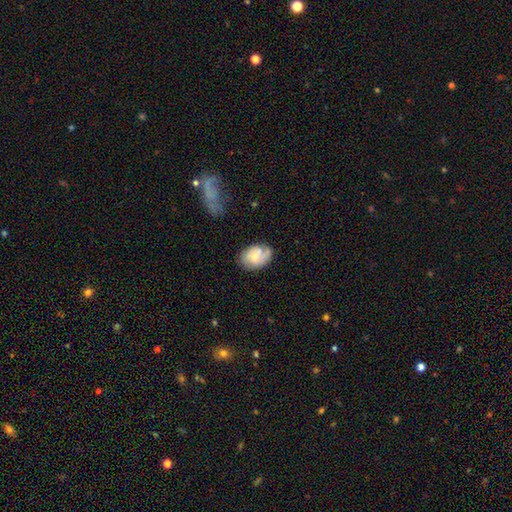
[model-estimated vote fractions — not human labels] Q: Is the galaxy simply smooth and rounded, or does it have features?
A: featured or disk — 52%.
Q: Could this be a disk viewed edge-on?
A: no — 97%.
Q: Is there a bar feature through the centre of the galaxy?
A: no — 56%.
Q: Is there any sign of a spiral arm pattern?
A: yes — 85%.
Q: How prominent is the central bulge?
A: small — 47%.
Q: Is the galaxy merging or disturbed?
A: none — 64%.